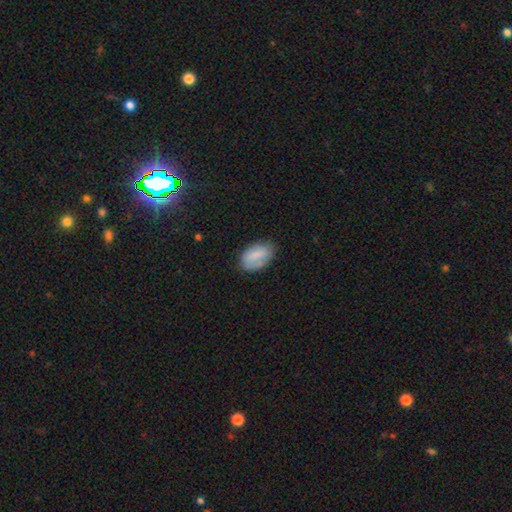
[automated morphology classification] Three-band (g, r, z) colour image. It shows a smooth galaxy with no disk features (78%) that is in between round and cigar-shaped (92%). Merging: none (69%).